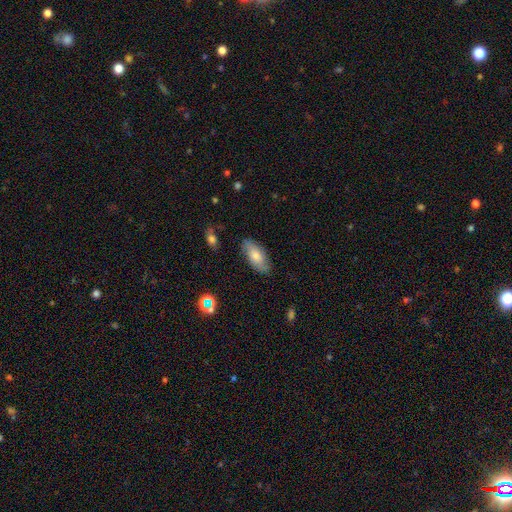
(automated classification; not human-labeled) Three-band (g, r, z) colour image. It shows a smooth galaxy with no disk features (71%) that is in between round and cigar-shaped (89%). Merging: none (81%).